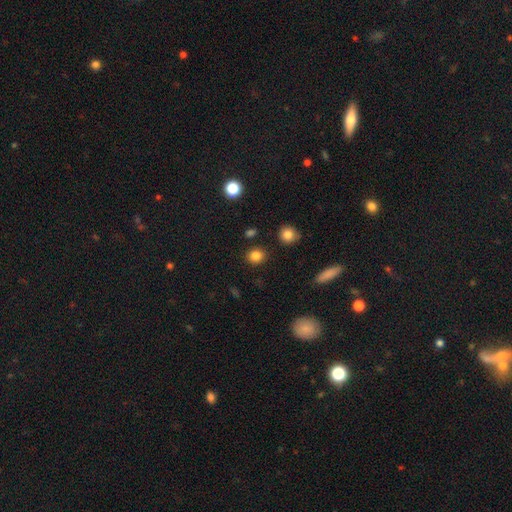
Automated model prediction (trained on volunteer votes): smooth_or_featured: smooth (p=0.84) [alt: star or artifact p=0.12]
how_rounded: round (p=0.81) [alt: in between p=0.18]
merging: none (p=0.89) [alt: minor disturbance p=0.07]